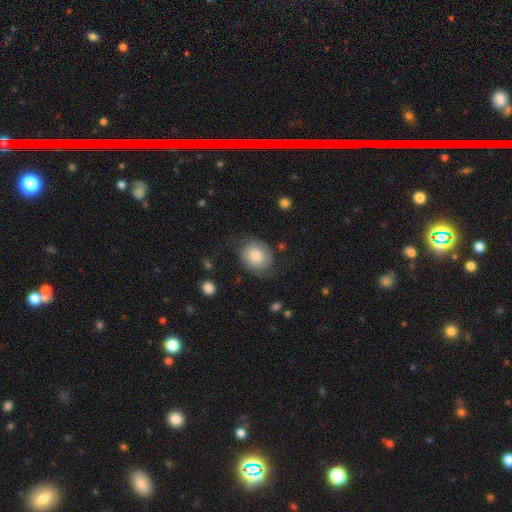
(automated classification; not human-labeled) Overall: smooth (52%; featured or disk 40%). How rounded: round (64%; in between 35%). Merging: none (65%).